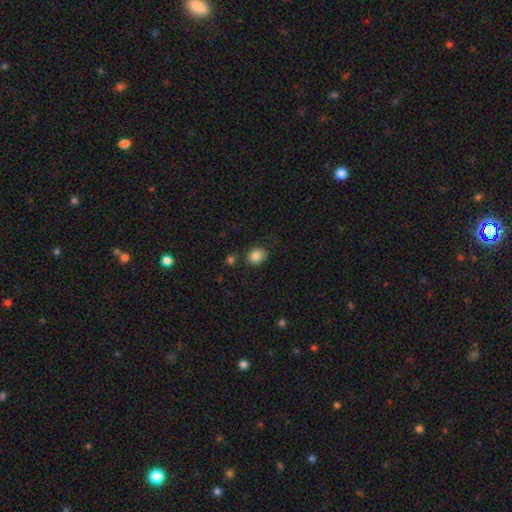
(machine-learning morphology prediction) smooth_or_featured: smooth (p=0.84) [alt: star or artifact p=0.10]
how_rounded: round (p=0.61) [alt: in between p=0.38]
merging: none (p=0.74) [alt: minor disturbance p=0.17]